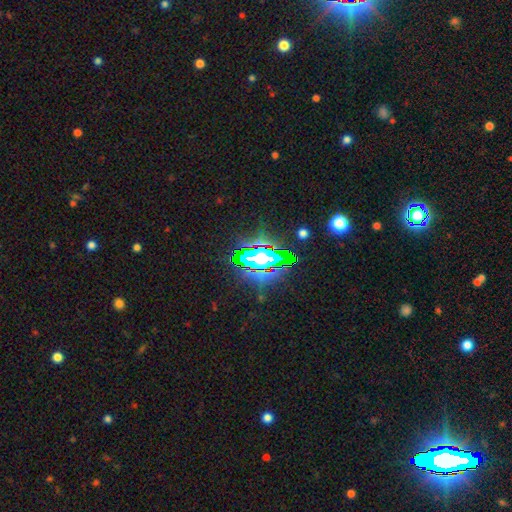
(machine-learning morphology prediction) Q: Smooth or featured?
A: star or artifact (83%); runner-up: smooth (10%)